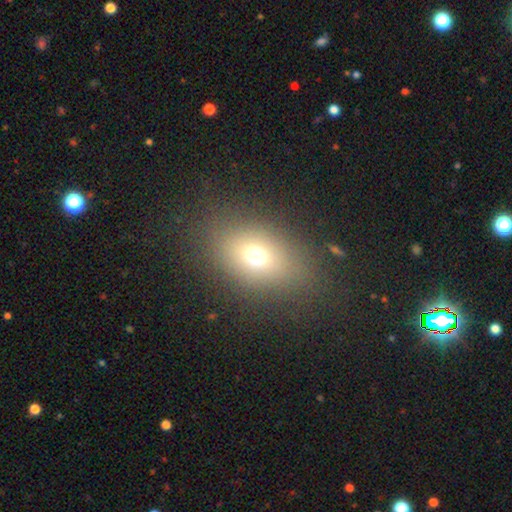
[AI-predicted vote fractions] smooth_or_featured: smooth (p=0.67) [alt: star or artifact p=0.18]
how_rounded: in between (p=0.65) [alt: round p=0.33]
merging: none (p=0.81) [alt: minor disturbance p=0.10]